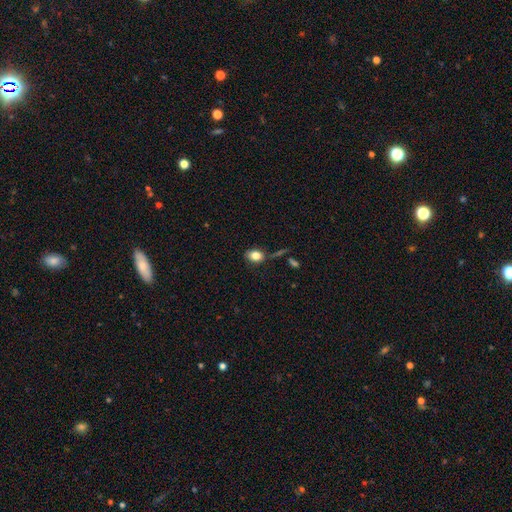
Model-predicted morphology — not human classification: type=smooth (81%); roundness=in between (70%); merging=none (68%).